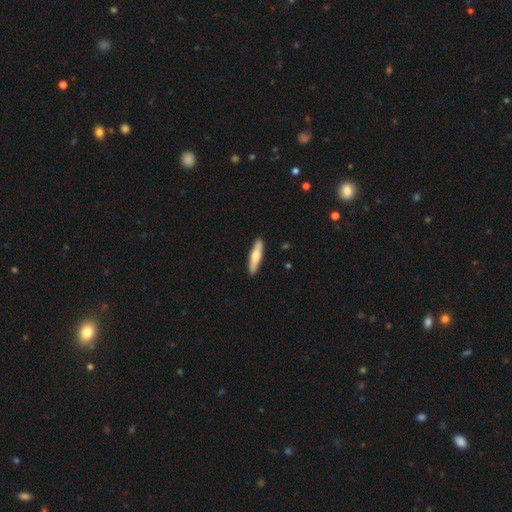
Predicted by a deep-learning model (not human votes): Smooth or featured?
  - smooth: 63% *
  - featured or disk: 32%
  - star or artifact: 5%
How rounded?
  - cigar-shaped: 80% *
  - in between: 19%
  - round: 2%
Merging?
  - none: 91% *
  - minor disturbance: 7%
  - major disturbance: 1%
  - merger: 1%